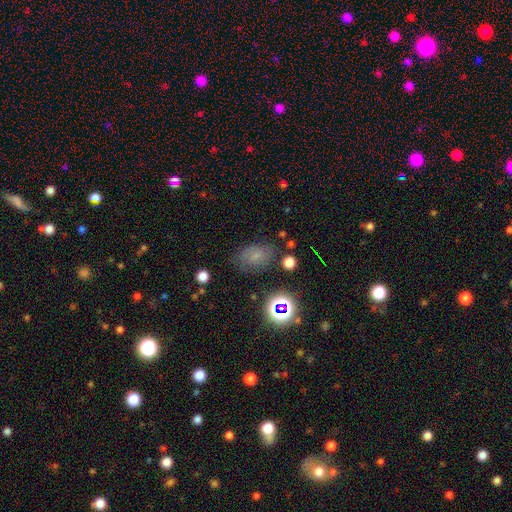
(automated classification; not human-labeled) Smooth or featured?
  - smooth: 57% *
  - star or artifact: 24%
  - featured or disk: 20%
How rounded?
  - in between: 76% *
  - round: 23%
  - cigar-shaped: 2%
Merging?
  - none: 68% *
  - minor disturbance: 21%
  - major disturbance: 8%
  - merger: 3%